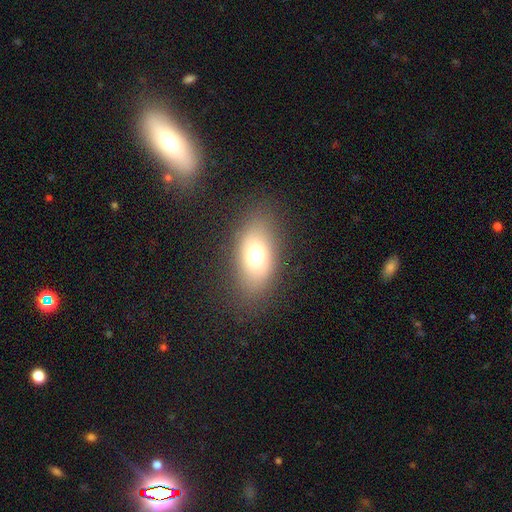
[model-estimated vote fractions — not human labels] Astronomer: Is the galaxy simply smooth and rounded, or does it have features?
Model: smooth — 71%.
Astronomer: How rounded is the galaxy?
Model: in between — 84%.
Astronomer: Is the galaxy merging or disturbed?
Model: none — 83%.